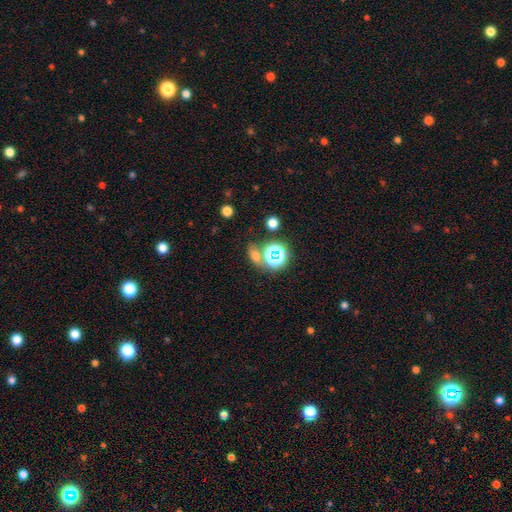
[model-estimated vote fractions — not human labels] Morphology: type=smooth (54%); roundness=in between (59%); merging=none (63%).